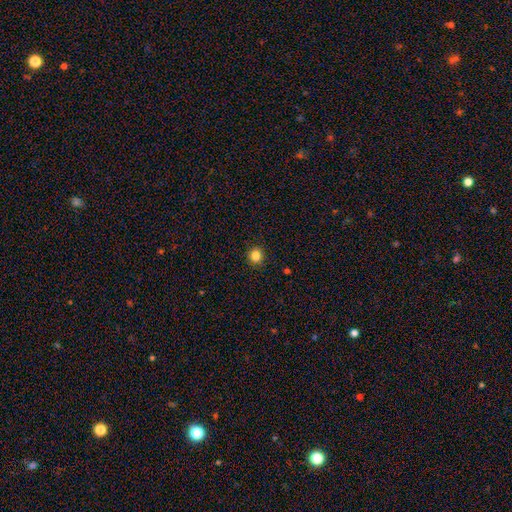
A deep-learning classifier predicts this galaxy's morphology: smooth 84%, star or artifact 12%, featured or disk 4%. Down the decision tree: how rounded — round (90%); merging — none (92%).